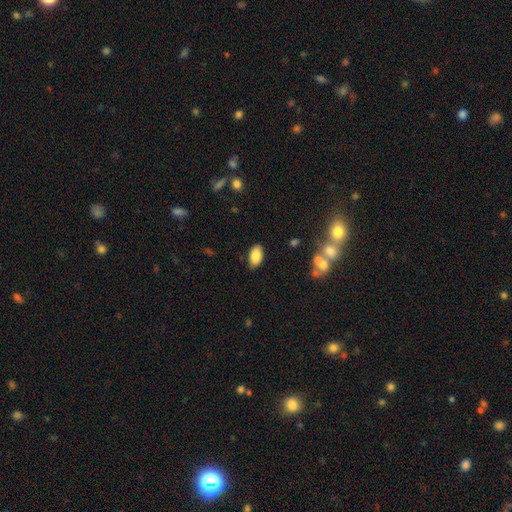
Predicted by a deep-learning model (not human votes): Morphology: type=smooth (85%); roundness=in between (94%); merging=none (83%).